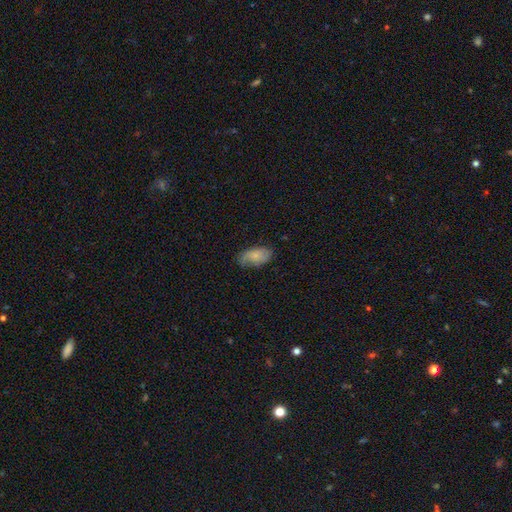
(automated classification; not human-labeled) Q: Smooth or featured?
A: smooth (68%); runner-up: featured or disk (25%)
Q: How rounded?
A: in between (93%); runner-up: round (4%)
Q: Merging?
A: none (62%); runner-up: minor disturbance (28%)